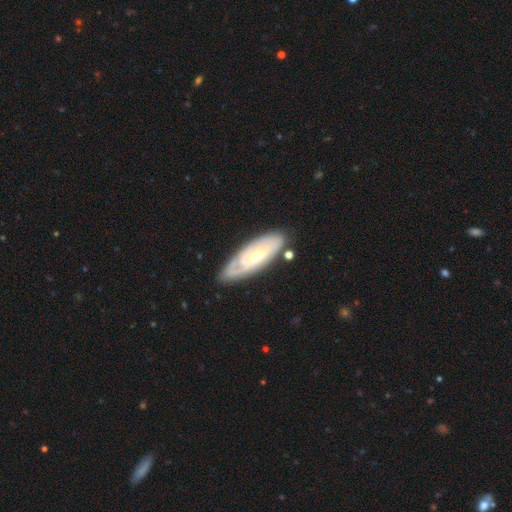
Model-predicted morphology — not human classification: A featured or disk galaxy (70%) with no bar (56%), spiral arms (84%) and a small central bulge (47%, tied with moderate).

Vote fractions:
- Smooth or featured? featured or disk: 70% / smooth: 24% / star or artifact: 5%
- Edge-on disk? no: 83% / yes: 17%
- Bar? no: 56% / weak: 35% / strong: 9%
- Spiral arms? yes: 84% / no: 16%
- Bulge size? small: 47% (tied) / moderate: 47% (tied) / large: 4% / none: 2% / dominant: 1%
- Merging? none: 74% / minor disturbance: 18% / major disturbance: 5% / merger: 3%